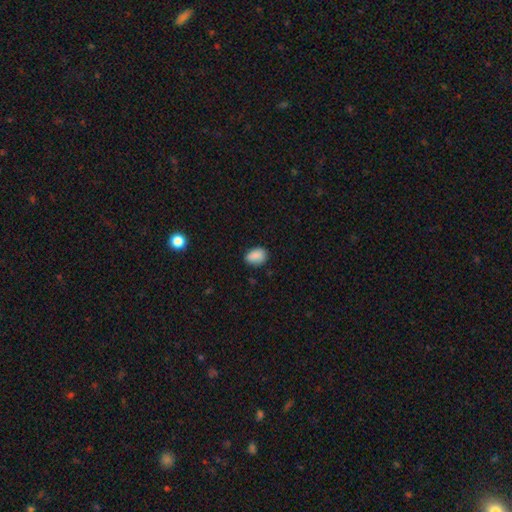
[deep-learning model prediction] Smooth or featured? smooth (87%)
How rounded? in between (78%)
Merging? none (72%)